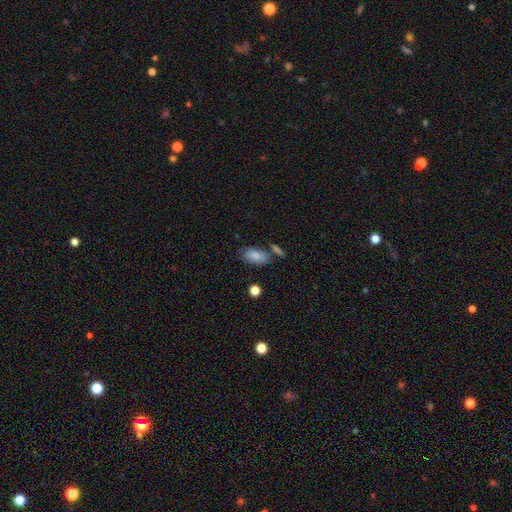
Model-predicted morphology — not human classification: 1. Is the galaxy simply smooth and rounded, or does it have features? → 84% smooth, 9% featured or disk, 7% star or artifact.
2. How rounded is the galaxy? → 92% in between, 5% cigar-shaped, 4% round.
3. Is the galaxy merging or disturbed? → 64% none, 18% minor disturbance, 13% merger, 5% major disturbance.